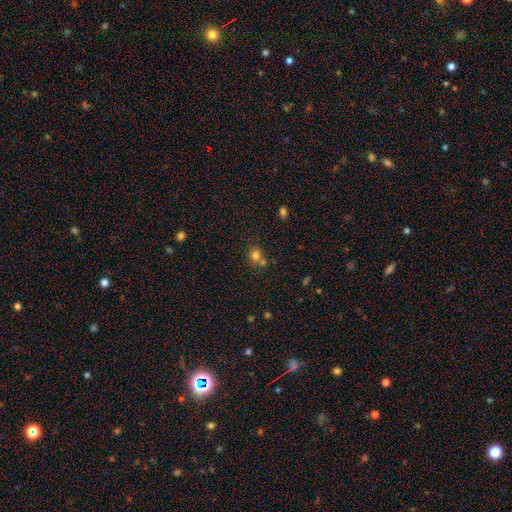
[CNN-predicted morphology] A smooth galaxy with no disk features (75%) that is round (70%). Merging: none (52%).